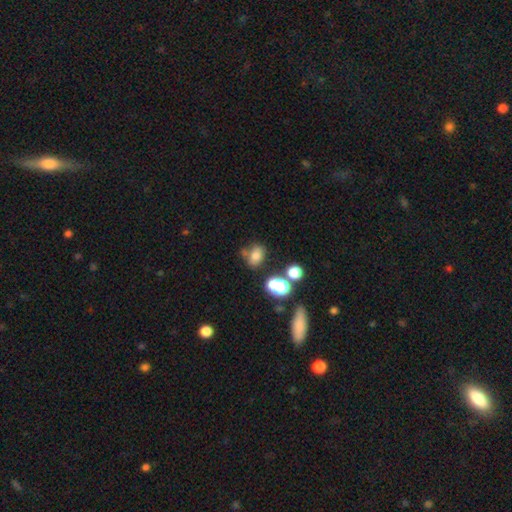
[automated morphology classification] This appears to be a smooth galaxy with no disk features (72%) that is in between round and cigar-shaped (66%). Merging: none (57%).